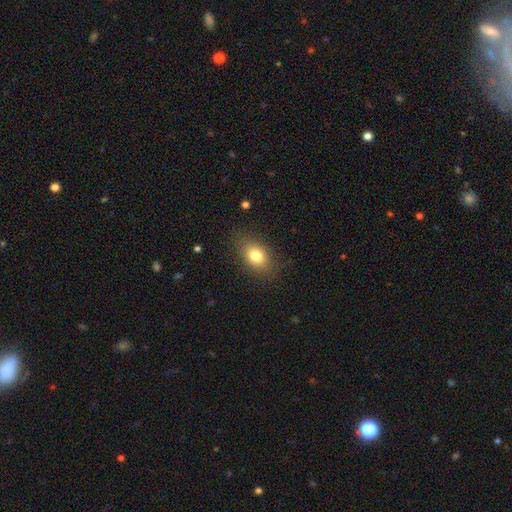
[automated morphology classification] Q: Smooth or featured?
A: smooth (78%); runner-up: featured or disk (12%)
Q: How rounded?
A: in between (77%); runner-up: round (21%)
Q: Merging?
A: none (83%); runner-up: minor disturbance (12%)